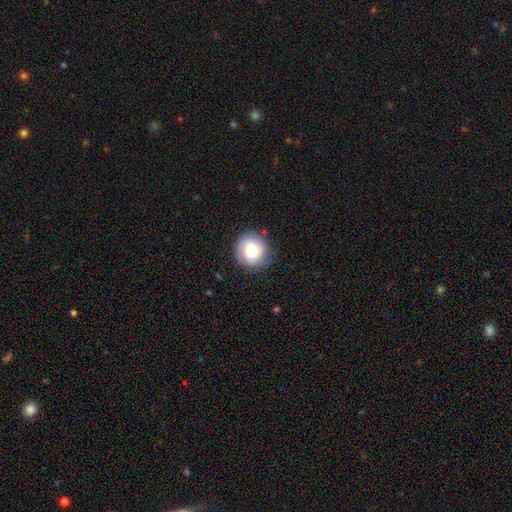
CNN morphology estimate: Smooth or featured?
  - smooth: 72% *
  - star or artifact: 23%
  - featured or disk: 6%
How rounded?
  - round: 93% *
  - in between: 6%
  - cigar-shaped: 1%
Merging?
  - none: 92% *
  - minor disturbance: 5%
  - major disturbance: 2%
  - merger: 1%